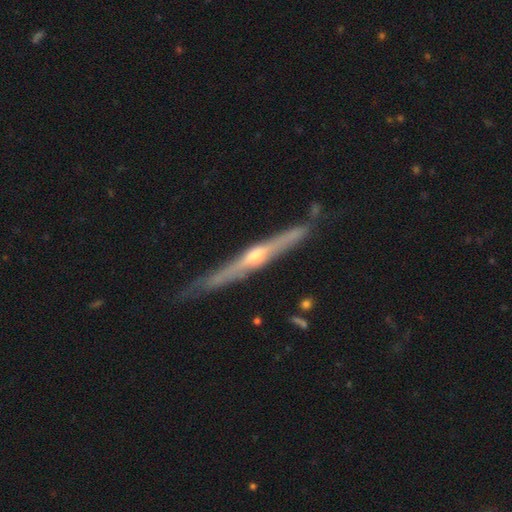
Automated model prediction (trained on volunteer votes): Smooth or featured: featured or disk — 78% (smooth — 17%)
Edge-on disk: yes — 97% (no — 3%)
Edge-on bulge: rounded — 83% (none — 12%)
Merging: none — 79% (minor disturbance — 15%)